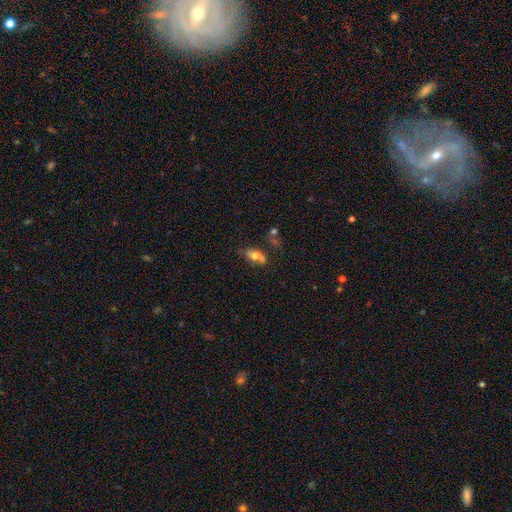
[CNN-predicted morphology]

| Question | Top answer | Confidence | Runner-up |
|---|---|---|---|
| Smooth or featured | smooth | 57% | featured or disk (29%) |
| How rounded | in between | 80% | round (14%) |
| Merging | none | 35% | merger (32%) |